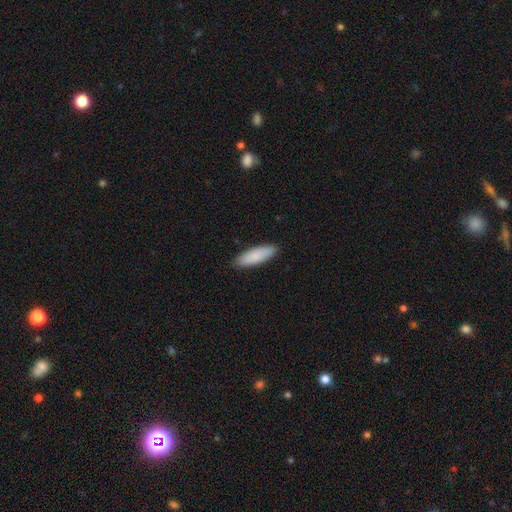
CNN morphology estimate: smooth 86%, featured or disk 8%, star or artifact 5%. Down the decision tree: how rounded — in between (51%); merging — none (89%).